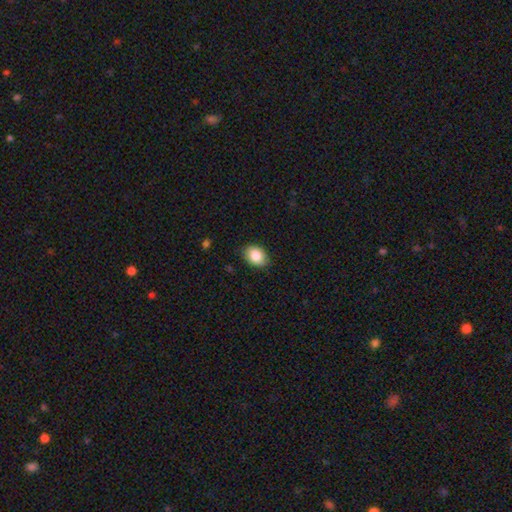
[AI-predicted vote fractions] Smooth or featured: smooth — 86% (star or artifact — 7%)
How rounded: in between — 78% (round — 21%)
Merging: none — 85% (minor disturbance — 11%)